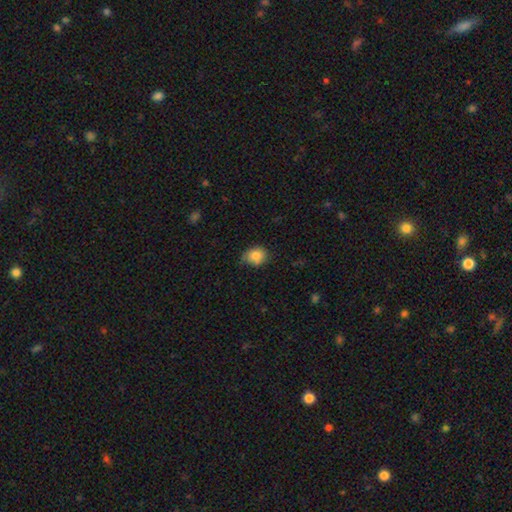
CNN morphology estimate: The model was most divided on "how rounded": round: 55%, in between: 44%, cigar-shaped: 1%. More confident: smooth or featured — smooth (84%); merging — none (60%).